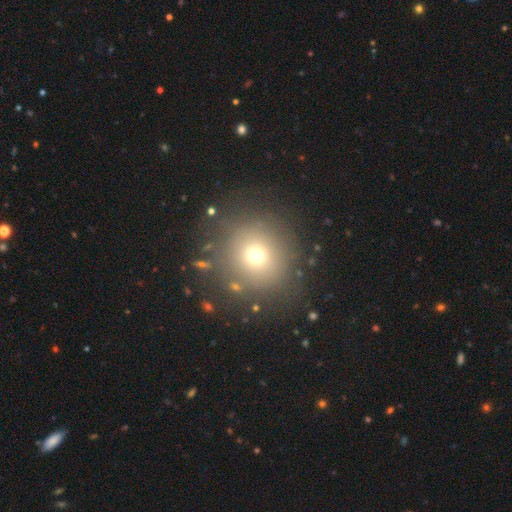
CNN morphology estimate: smooth-or-featured: smooth: 68% | star or artifact: 21% | featured or disk: 12%
  how-rounded: round: 93% | in between: 6% | cigar-shaped: 1%
  merging: none: 84% | minor disturbance: 9% | major disturbance: 5% | merger: 3%